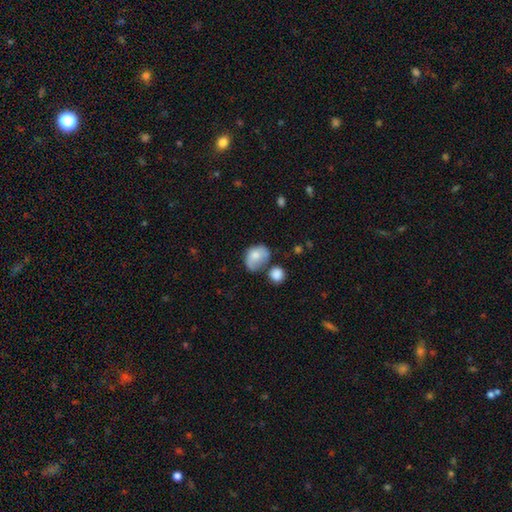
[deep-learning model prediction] A smooth galaxy with no disk features (71%) that is in between round and cigar-shaped (67%).

Vote fractions:
- Smooth or featured? smooth: 71% / featured or disk: 21% / star or artifact: 8%
- How rounded? in between: 67% / round: 32% / cigar-shaped: 1%
- Merging? none: 34% / minor disturbance: 31% / merger: 18% / major disturbance: 17%